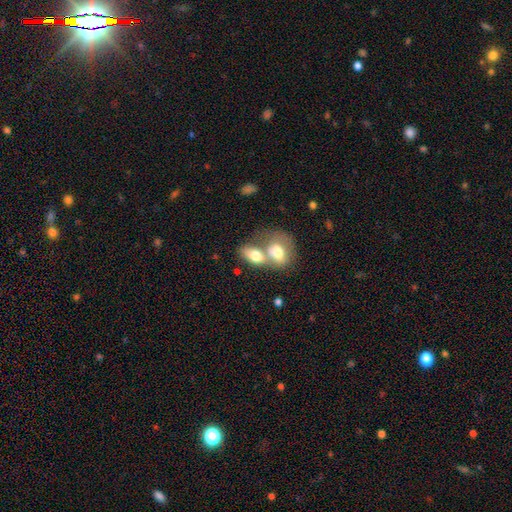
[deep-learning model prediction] This appears to be a smooth galaxy with no disk features (71%) that is in between round and cigar-shaped (83%). Merging: merger (68%).